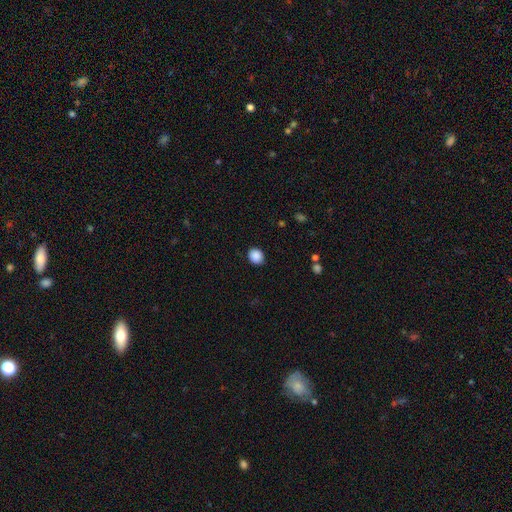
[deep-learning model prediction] A smooth galaxy with no disk features (89%) that is round (76%).

Vote fractions:
- Smooth or featured? smooth: 89% / star or artifact: 9% / featured or disk: 3%
- How rounded? round: 76% / in between: 23% / cigar-shaped: 1%
- Merging? none: 90% / minor disturbance: 7% / major disturbance: 2% / merger: 1%